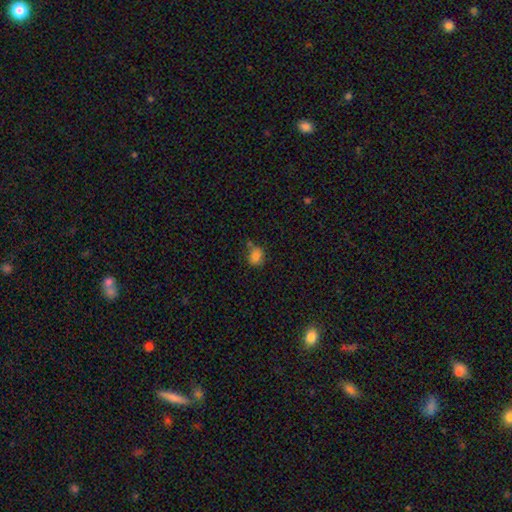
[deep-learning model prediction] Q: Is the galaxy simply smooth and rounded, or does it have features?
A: smooth — 81%.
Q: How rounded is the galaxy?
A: round — 54%.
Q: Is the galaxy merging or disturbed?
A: none — 53%.